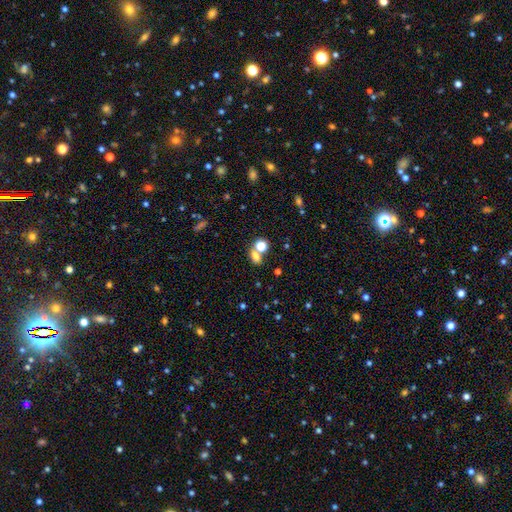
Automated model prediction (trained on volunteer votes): Smooth or featured?
  - smooth: 71% *
  - star or artifact: 19%
  - featured or disk: 10%
How rounded?
  - in between: 59% *
  - round: 39%
  - cigar-shaped: 2%
Merging?
  - none: 46% *
  - merger: 40%
  - minor disturbance: 9%
  - major disturbance: 5%